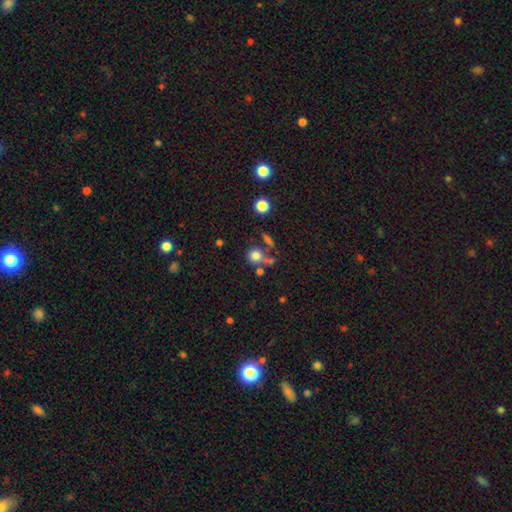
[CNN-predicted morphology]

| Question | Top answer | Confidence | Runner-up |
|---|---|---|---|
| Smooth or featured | smooth | 77% | star or artifact (13%) |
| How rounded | round | 87% | in between (12%) |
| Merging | none | 56% | merger (24%) |